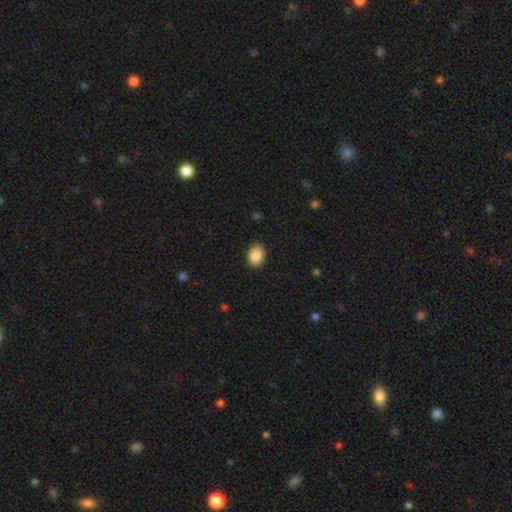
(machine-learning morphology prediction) smooth-or-featured: smooth: 88% | star or artifact: 8% | featured or disk: 4%
  how-rounded: in between: 70% | round: 29% | cigar-shaped: 1%
  merging: none: 89% | minor disturbance: 8% | major disturbance: 2% | merger: 1%